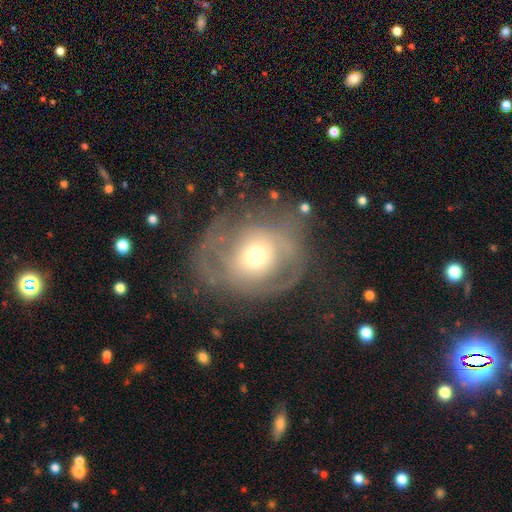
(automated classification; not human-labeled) A featured or disk galaxy (61%) with no bar (77%), spiral arms (61%) and a moderate central bulge (60%).

Vote fractions:
- Smooth or featured? featured or disk: 61% / smooth: 30% / star or artifact: 8%
- Edge-on disk? no: 96% / yes: 4%
- Bar? no: 77% / weak: 17% / strong: 6%
- Spiral arms? yes: 61% / no: 39%
- Bulge size? moderate: 60% / small: 25% / large: 12% / dominant: 2% / none: 1%
- Merging? none: 52% / major disturbance: 25% / minor disturbance: 20% / merger: 3%